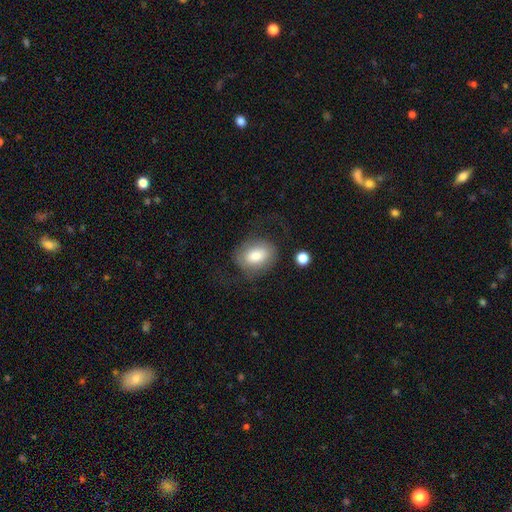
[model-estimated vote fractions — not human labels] smooth-or-featured: smooth: 66% | featured or disk: 26% | star or artifact: 7%
  how-rounded: in between: 67% | round: 32% | cigar-shaped: 1%
  merging: none: 55% | major disturbance: 23% | minor disturbance: 20% | merger: 3%